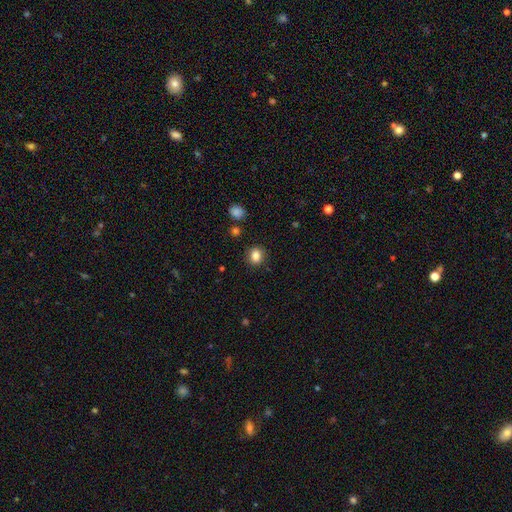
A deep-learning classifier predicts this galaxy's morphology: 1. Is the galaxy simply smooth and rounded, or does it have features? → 85% smooth, 11% star or artifact, 5% featured or disk.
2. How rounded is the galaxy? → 67% round, 32% in between, 1% cigar-shaped.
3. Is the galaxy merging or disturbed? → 88% none, 8% minor disturbance, 2% major disturbance, 2% merger.